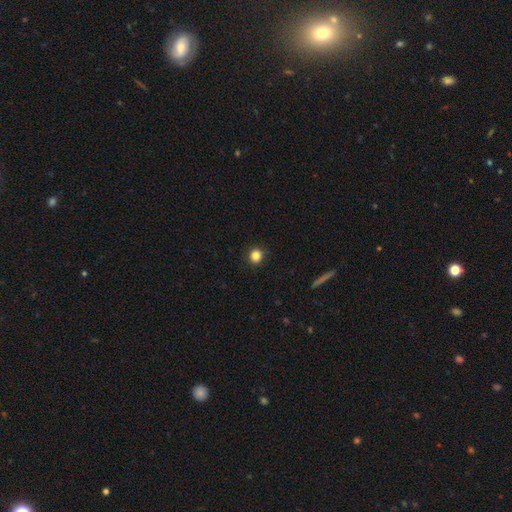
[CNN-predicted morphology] A smooth galaxy with no disk features (84%) that is round (93%).

Vote fractions:
- Smooth or featured? smooth: 84% / star or artifact: 12% / featured or disk: 4%
- How rounded? round: 93% / in between: 6% / cigar-shaped: 1%
- Merging? none: 92% / minor disturbance: 6% / major disturbance: 2% / merger: 1%